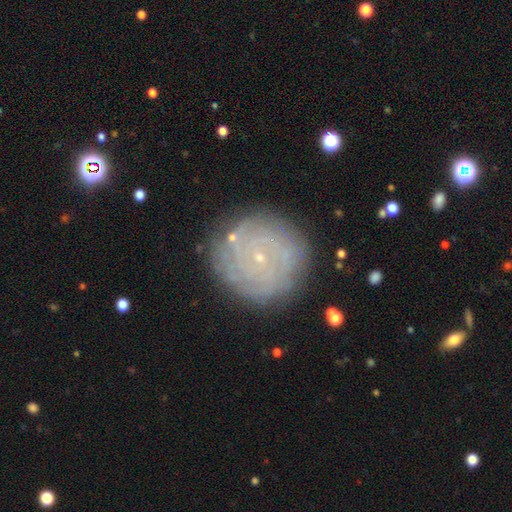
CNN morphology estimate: Q: Smooth or featured?
A: featured or disk (72%); runner-up: smooth (17%)
Q: Edge-on disk?
A: no (98%); runner-up: yes (2%)
Q: Bar?
A: no (83%); runner-up: weak (13%)
Q: Spiral arms?
A: yes (90%); runner-up: no (10%)
Q: Spiral winding?
A: tight (82%); runner-up: medium (14%)
Q: Spiral arm count?
A: can't tell (39%); runner-up: 4 (15%)
Q: Bulge size?
A: small (91%); runner-up: moderate (6%)
Q: Merging?
A: none (85%); runner-up: minor disturbance (11%)